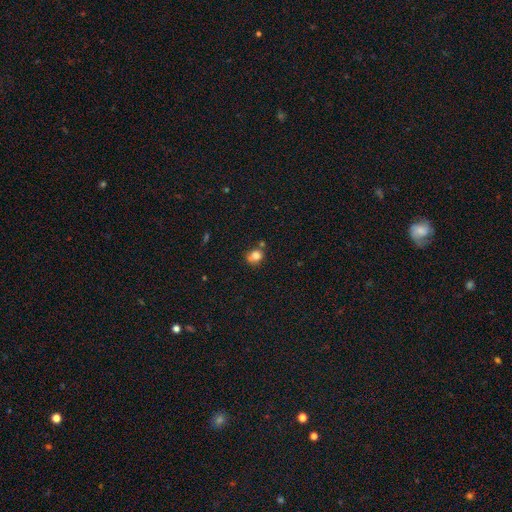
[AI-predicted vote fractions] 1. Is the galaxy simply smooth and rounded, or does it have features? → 78% smooth, 12% star or artifact, 10% featured or disk.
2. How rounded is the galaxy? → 67% round, 32% in between, 1% cigar-shaped.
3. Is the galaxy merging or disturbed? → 51% none, 21% minor disturbance, 20% merger, 8% major disturbance.